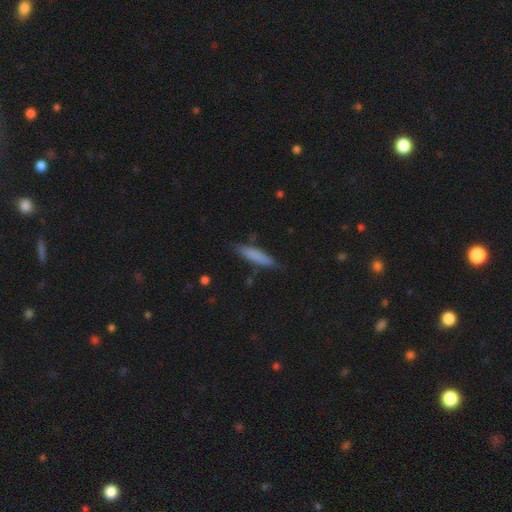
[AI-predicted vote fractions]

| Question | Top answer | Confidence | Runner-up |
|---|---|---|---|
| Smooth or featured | smooth | 79% | featured or disk (15%) |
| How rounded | cigar-shaped | 82% | in between (16%) |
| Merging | none | 82% | minor disturbance (14%) |